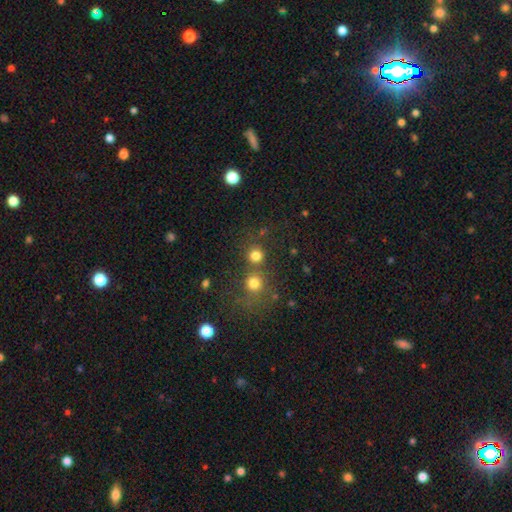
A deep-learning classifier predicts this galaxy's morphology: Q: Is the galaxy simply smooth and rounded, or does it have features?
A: smooth — 79%.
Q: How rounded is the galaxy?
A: round — 91%.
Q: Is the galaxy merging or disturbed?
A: none — 65%.